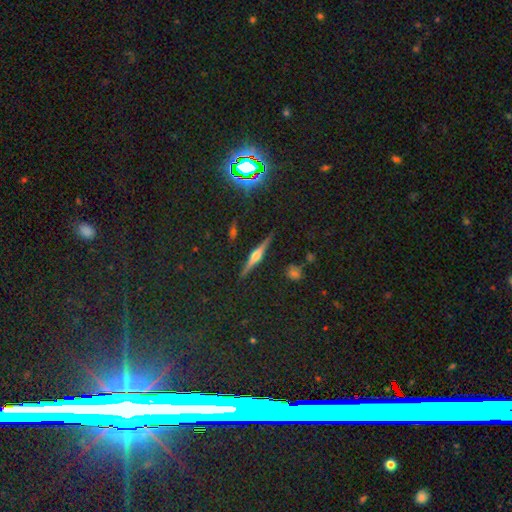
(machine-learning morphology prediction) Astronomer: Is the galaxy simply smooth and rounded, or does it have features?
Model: featured or disk — 69%.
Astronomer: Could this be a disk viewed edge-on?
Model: yes — 96%.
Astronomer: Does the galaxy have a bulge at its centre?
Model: rounded — 89%.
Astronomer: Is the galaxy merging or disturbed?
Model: none — 90%.